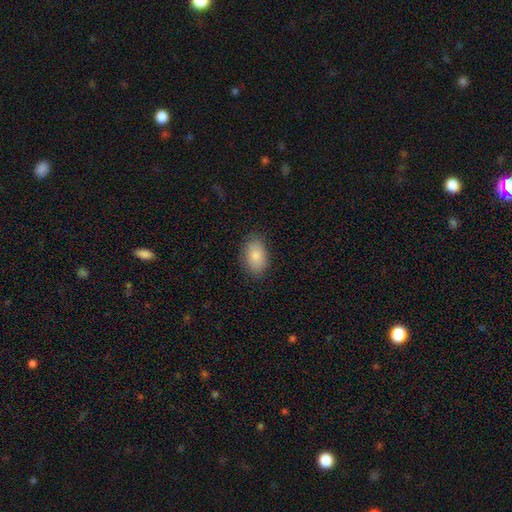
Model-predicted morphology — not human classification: Smooth or featured? smooth (84%)
How rounded? in between (89%)
Merging? none (84%)